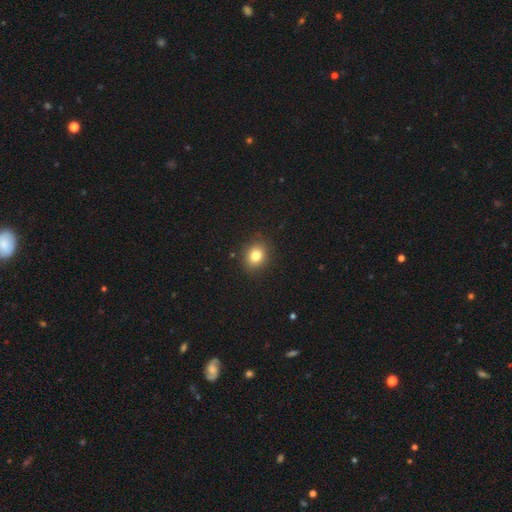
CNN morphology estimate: Smooth or featured? smooth (81%)
How rounded? round (67%)
Merging? none (88%)